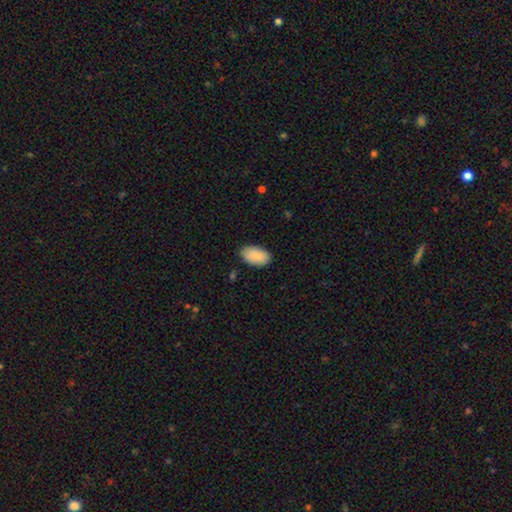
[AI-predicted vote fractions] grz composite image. It shows a smooth galaxy with no disk features (89%) that is in between round and cigar-shaped (95%). Merging: none (85%).